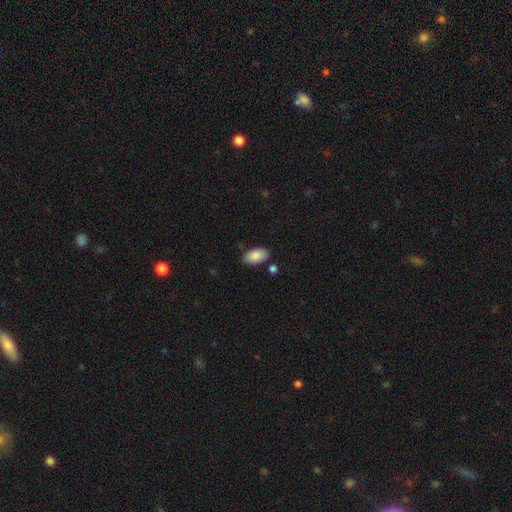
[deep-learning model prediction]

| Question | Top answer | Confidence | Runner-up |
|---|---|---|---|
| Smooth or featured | smooth | 87% | star or artifact (6%) |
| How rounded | in between | 95% | round (3%) |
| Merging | none | 81% | minor disturbance (12%) |